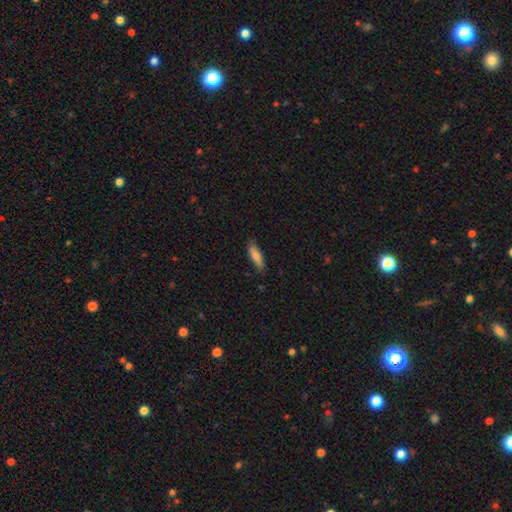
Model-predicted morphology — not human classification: This is likely a smooth galaxy (77%). How rounded: possibly cigar-shaped (56%). Merging: clearly none (83%).